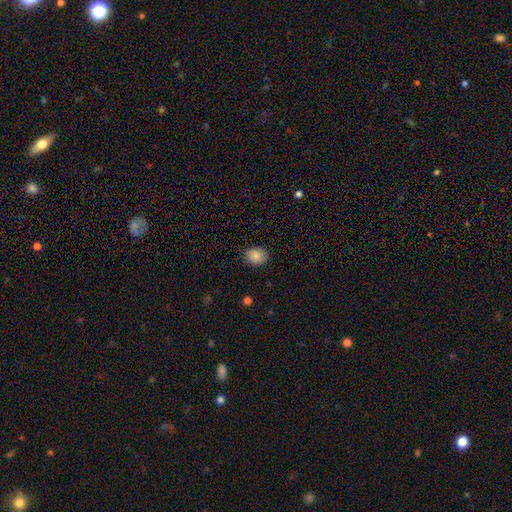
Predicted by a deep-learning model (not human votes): A smooth galaxy with no disk features (86%) that is round (51%). Merging: none (86%).